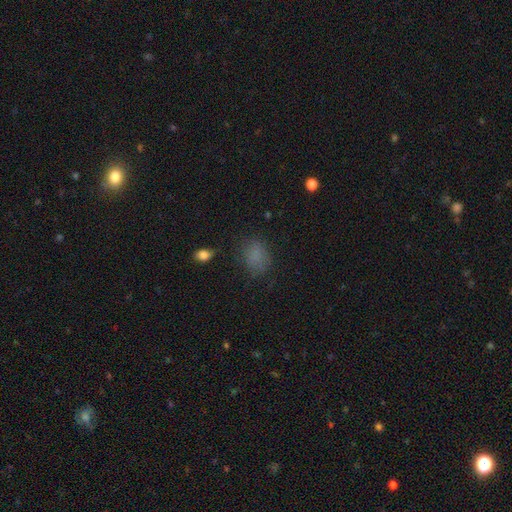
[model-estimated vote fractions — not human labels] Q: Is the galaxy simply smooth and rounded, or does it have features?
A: smooth — 78%.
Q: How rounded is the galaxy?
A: in between — 63%.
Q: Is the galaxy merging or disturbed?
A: none — 70%.